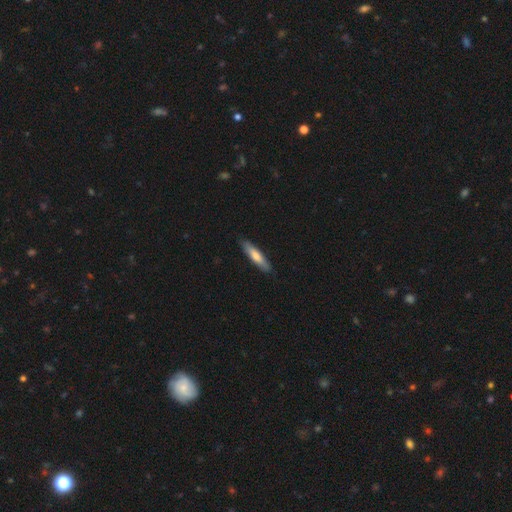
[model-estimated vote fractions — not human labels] Smooth or featured? Predicted: smooth (p=0.69). How rounded? Predicted: cigar-shaped (p=0.81). Merging? Predicted: none (p=0.88).